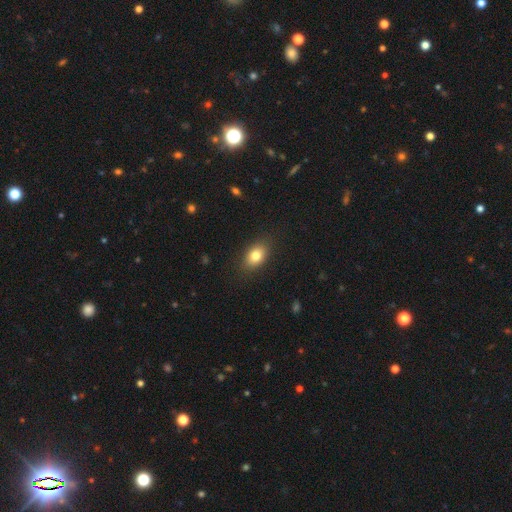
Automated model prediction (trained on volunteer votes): Overall: smooth (81%). How rounded: in between (82%). Merging: none (86%).